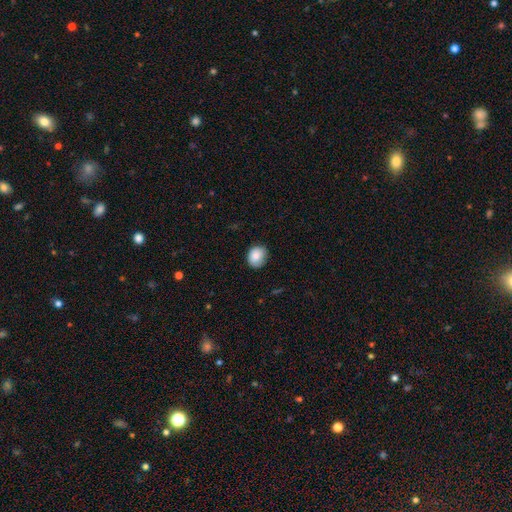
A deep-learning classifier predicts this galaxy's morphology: A smooth galaxy with no disk features (85%) that is round (57%).

Vote fractions:
- Smooth or featured? smooth: 85% / featured or disk: 8% / star or artifact: 8%
- How rounded? round: 57% / in between: 42% / cigar-shaped: 1%
- Merging? none: 76% / minor disturbance: 20% / major disturbance: 3% / merger: 1%